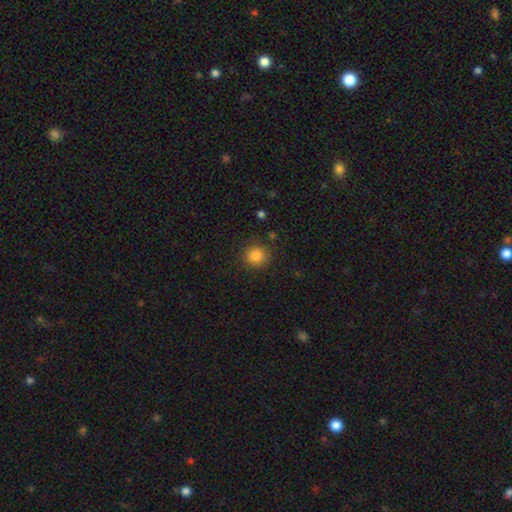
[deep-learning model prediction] Overall: smooth (85%). How rounded: round (86%). Merging: none (86%).